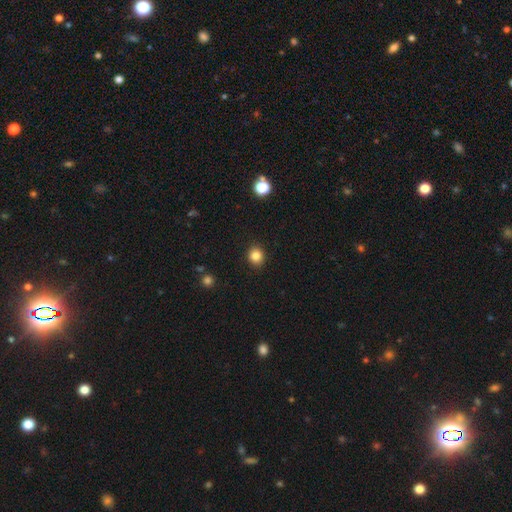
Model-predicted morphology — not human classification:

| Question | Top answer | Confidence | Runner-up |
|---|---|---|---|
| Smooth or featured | smooth | 85% | star or artifact (11%) |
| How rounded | round | 82% | in between (17%) |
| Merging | none | 90% | minor disturbance (7%) |